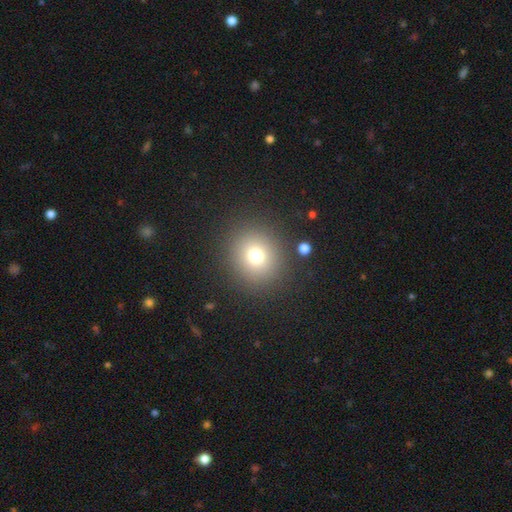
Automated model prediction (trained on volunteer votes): smooth-or-featured: smooth: 75% | star or artifact: 16% | featured or disk: 10%
  how-rounded: round: 88% | in between: 12% | cigar-shaped: 1%
  merging: none: 87% | minor disturbance: 7% | major disturbance: 4% | merger: 2%